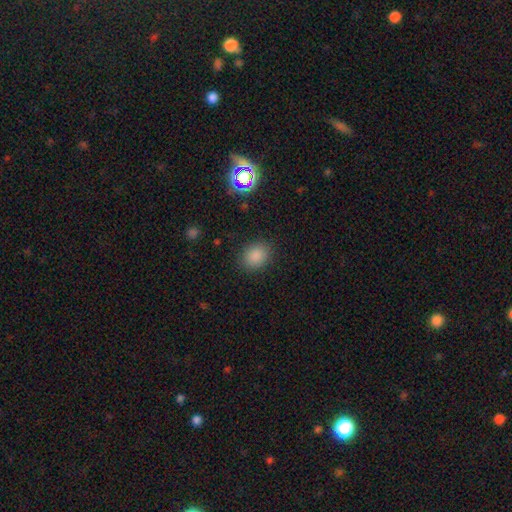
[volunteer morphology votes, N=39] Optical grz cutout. It shows a smooth galaxy with no disk features (85%) that is in between round and cigar-shaped (64%). Merging: none (86%).